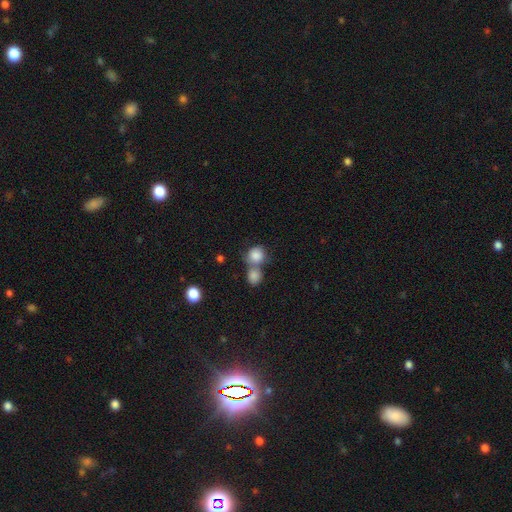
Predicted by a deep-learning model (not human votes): The model was most divided on "merging": merger: 53%, none: 34%, minor disturbance: 8%, major disturbance: 4%. More confident: smooth or featured — smooth (85%); how rounded — round (80%).